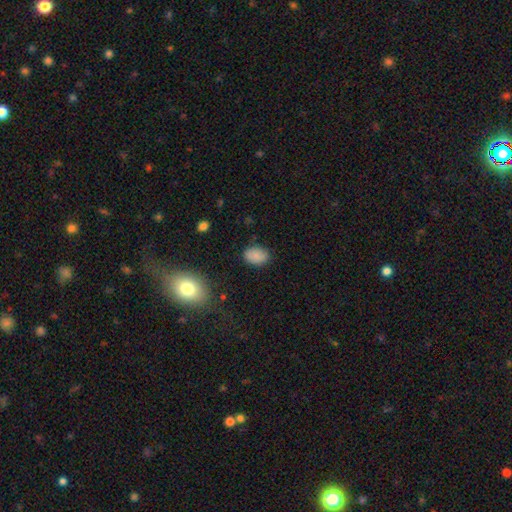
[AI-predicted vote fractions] The model was most divided on "how rounded": in between: 81%, round: 18%, cigar-shaped: 1%. More confident: smooth or featured — smooth (85%); merging — none (83%).